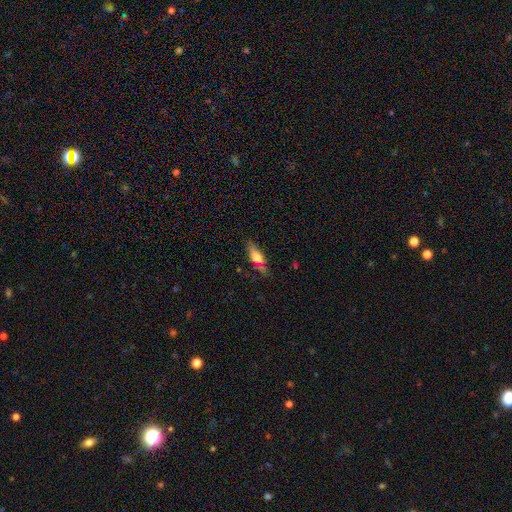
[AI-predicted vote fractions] Q: Smooth or featured?
A: smooth (58%); runner-up: featured or disk (33%)
Q: How rounded?
A: cigar-shaped (50%); runner-up: in between (46%)
Q: Merging?
A: none (68%); runner-up: minor disturbance (20%)